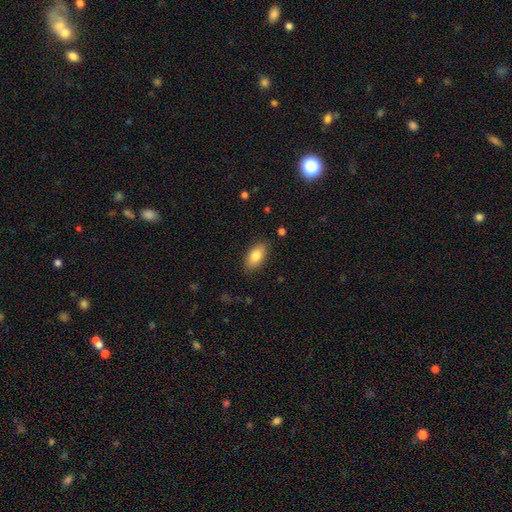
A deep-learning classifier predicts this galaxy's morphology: smooth-or-featured: smooth: 83% | featured or disk: 10% | star or artifact: 7%
  how-rounded: in between: 91% | cigar-shaped: 5% | round: 3%
  merging: none: 86% | minor disturbance: 11% | major disturbance: 3% | merger: 1%